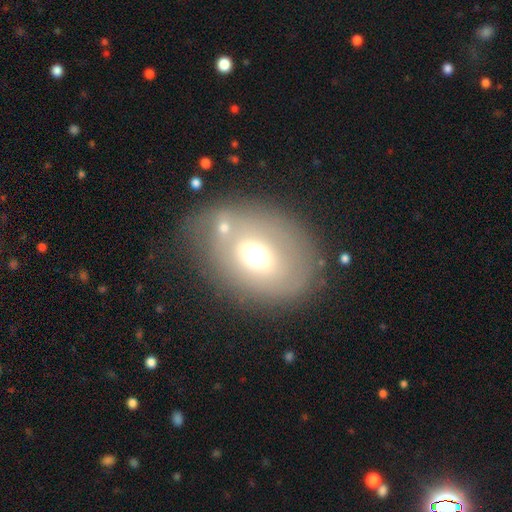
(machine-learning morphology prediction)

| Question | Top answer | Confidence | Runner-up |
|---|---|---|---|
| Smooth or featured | smooth | 55% | featured or disk (33%) |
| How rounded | in between | 68% | round (31%) |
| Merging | none | 59% | minor disturbance (18%) |